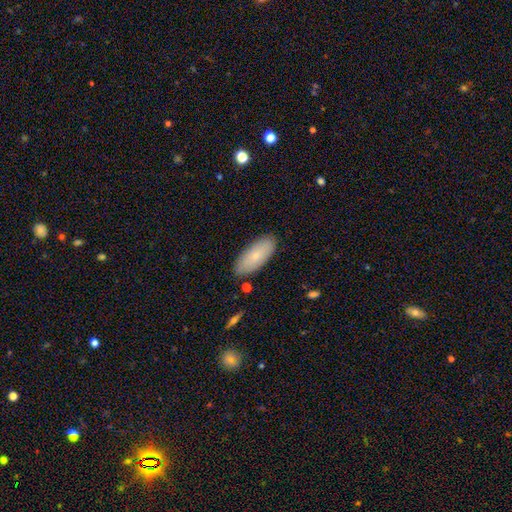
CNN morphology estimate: Overall: smooth (78%). How rounded: in between (85%). Merging: none (87%).